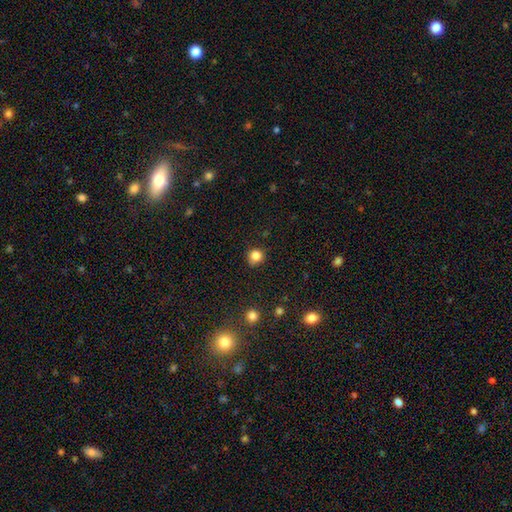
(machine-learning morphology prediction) Q: Smooth or featured?
A: smooth (84%); runner-up: star or artifact (12%)
Q: How rounded?
A: round (89%); runner-up: in between (10%)
Q: Merging?
A: none (85%); runner-up: minor disturbance (11%)